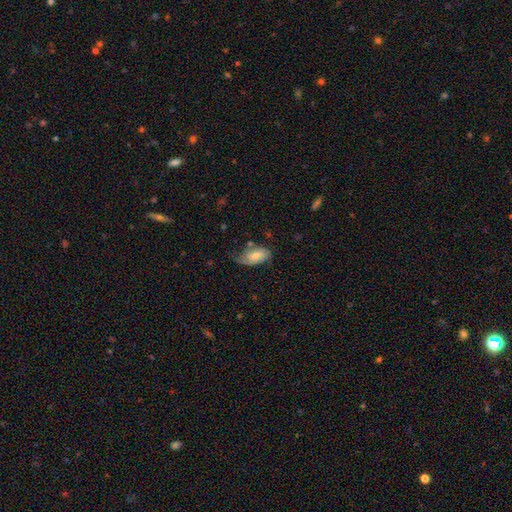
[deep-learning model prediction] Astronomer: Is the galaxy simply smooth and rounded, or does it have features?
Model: smooth — 49% (runner-up: featured or disk, 45%).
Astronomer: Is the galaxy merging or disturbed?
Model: none — 43% (runner-up: minor disturbance, 35%).